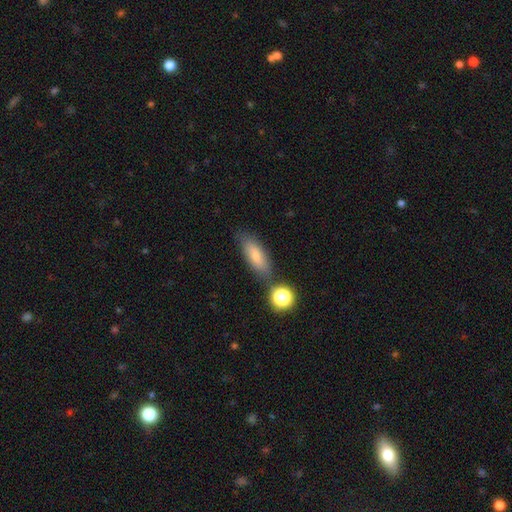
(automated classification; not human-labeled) Overall: smooth (76%). How rounded: in between (65%; cigar-shaped 31%). Merging: none (69%).